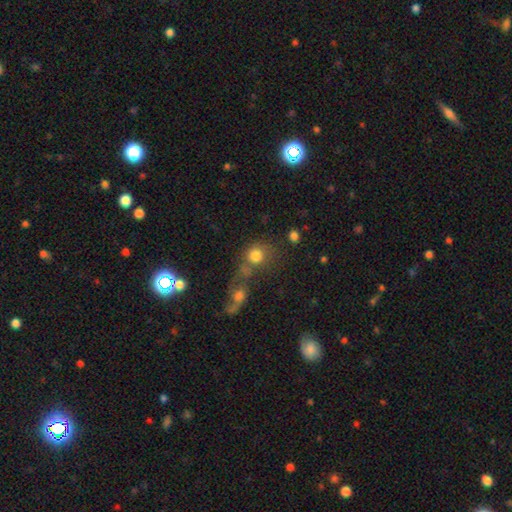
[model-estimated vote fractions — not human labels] A smooth galaxy with no disk features (76%) that is round (81%). Merging: merger (43%).